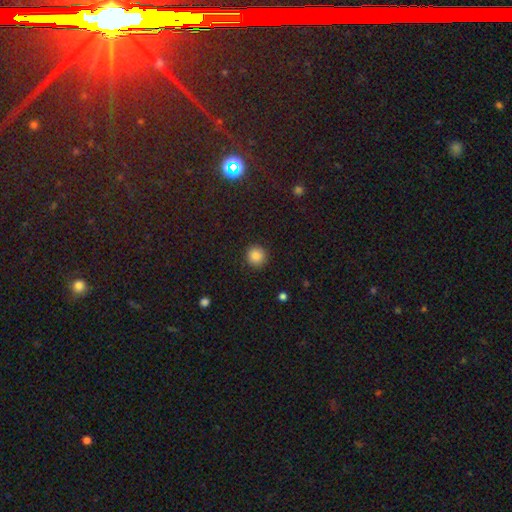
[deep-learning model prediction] Smooth or featured?
  - smooth: 86% *
  - star or artifact: 10%
  - featured or disk: 4%
How rounded?
  - round: 93% *
  - in between: 6%
  - cigar-shaped: 1%
Merging?
  - none: 90% *
  - minor disturbance: 6%
  - major disturbance: 2%
  - merger: 1%